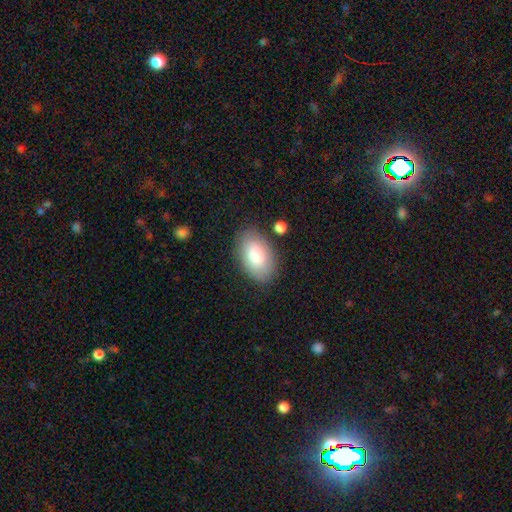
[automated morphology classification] A smooth galaxy with no disk features (79%) that is in between round and cigar-shaped (92%). Merging: none (82%).